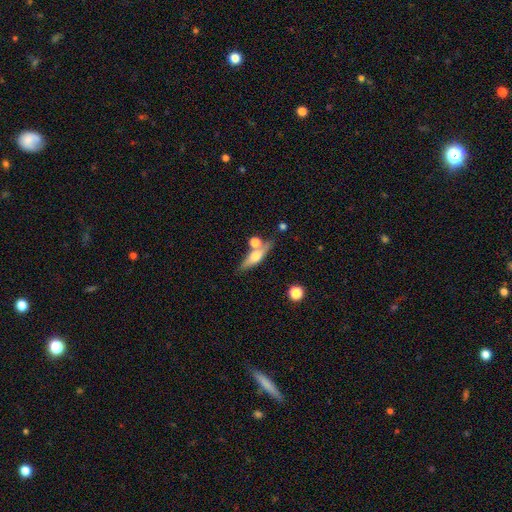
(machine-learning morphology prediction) This appears to be a featured or disk galaxy (51%) viewed edge-on (90%). Merging: none (65%).